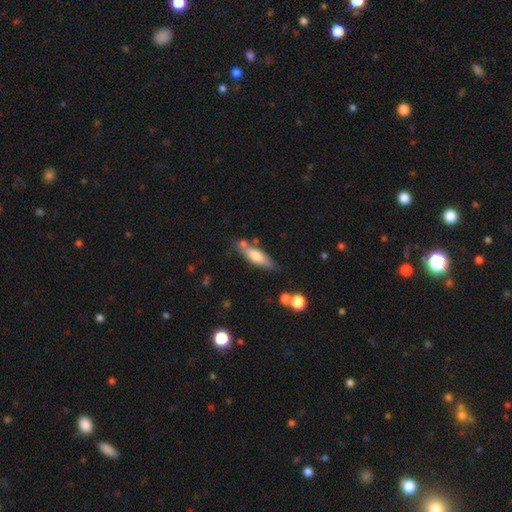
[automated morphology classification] This is likely a smooth galaxy (67%). How rounded: possibly cigar-shaped (57%). Merging: likely none (65%).